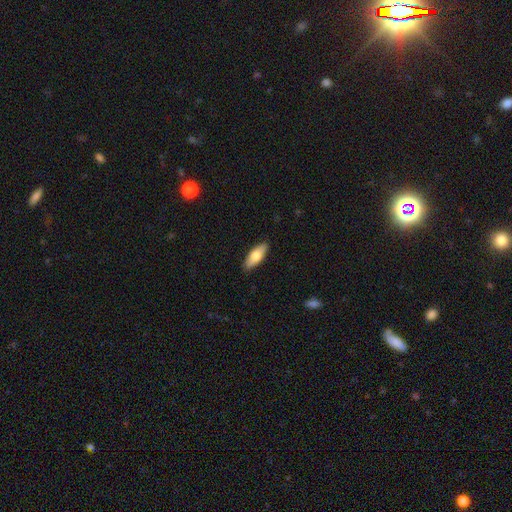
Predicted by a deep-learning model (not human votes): Overall: smooth (73%). How rounded: in between (71%). Merging: none (89%).